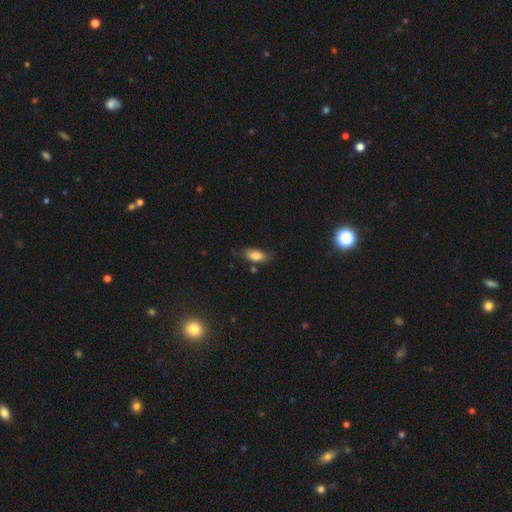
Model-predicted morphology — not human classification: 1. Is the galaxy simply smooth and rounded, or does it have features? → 80% smooth, 12% featured or disk, 8% star or artifact.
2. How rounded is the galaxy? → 85% in between, 11% cigar-shaped, 3% round.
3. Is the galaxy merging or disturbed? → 68% none, 22% minor disturbance, 5% major disturbance, 4% merger.